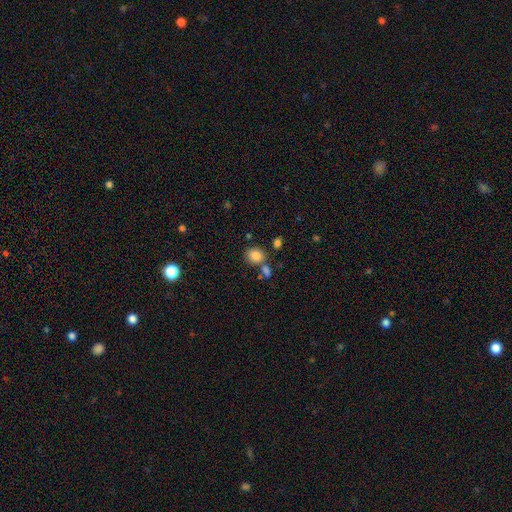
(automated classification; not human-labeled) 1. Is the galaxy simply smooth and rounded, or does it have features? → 84% smooth, 10% star or artifact, 6% featured or disk.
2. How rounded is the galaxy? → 63% round, 36% in between, 1% cigar-shaped.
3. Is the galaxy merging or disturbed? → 67% none, 17% merger, 12% minor disturbance, 4% major disturbance.